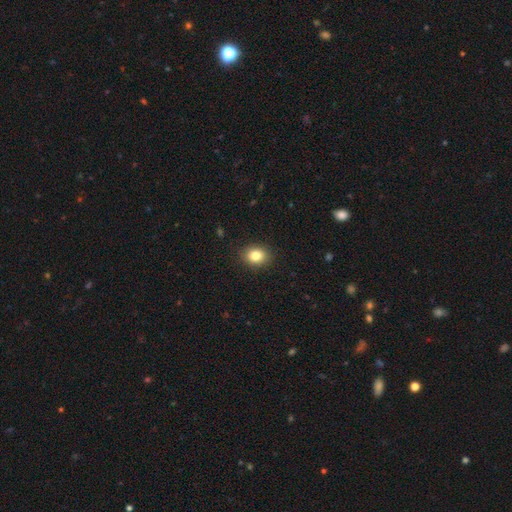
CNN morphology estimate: smooth_or_featured: smooth (p=0.83) [alt: star or artifact p=0.10]
how_rounded: round (p=0.50) [alt: in between p=0.49]
merging: none (p=0.89) [alt: minor disturbance p=0.08]